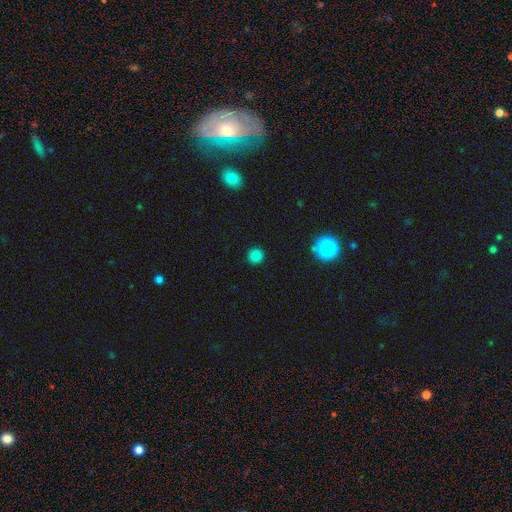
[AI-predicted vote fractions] Morphology: type=smooth (82%); roundness=round (95%); merging=none (92%).